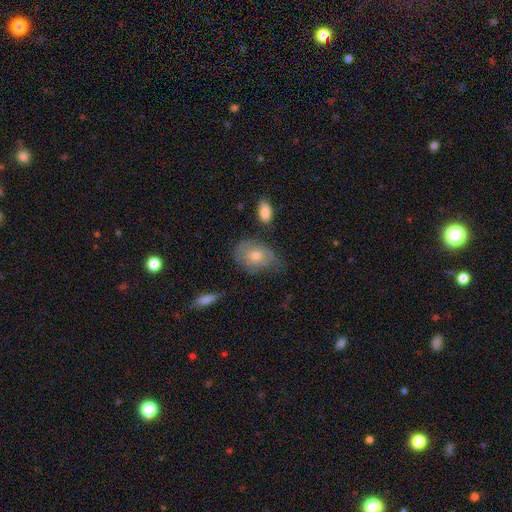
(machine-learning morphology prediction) The model was most divided on "smooth or featured": smooth: 50%, featured or disk: 42%, star or artifact: 8%. Remaining: merging — none (49%).